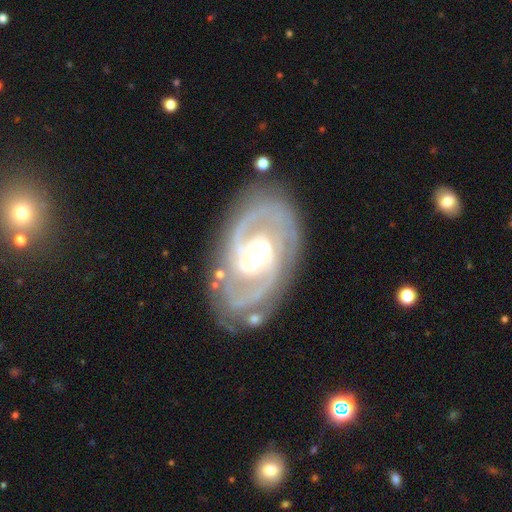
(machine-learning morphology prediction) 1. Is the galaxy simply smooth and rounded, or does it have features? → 91% featured or disk, 5% star or artifact, 4% smooth.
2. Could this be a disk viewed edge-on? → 97% no, 3% yes.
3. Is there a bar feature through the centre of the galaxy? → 45% weak, 28% strong, 27% no.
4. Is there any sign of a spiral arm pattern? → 98% yes, 2% no.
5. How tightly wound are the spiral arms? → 47% medium, 44% tight, 9% loose.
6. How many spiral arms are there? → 69% 2, 15% 3, 7% can't tell, 4% 4, 3% 1, 3% more than 4.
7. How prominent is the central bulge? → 53% small, 41% moderate, 4% large, 1% none, 1% dominant.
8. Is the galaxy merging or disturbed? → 76% none, 15% minor disturbance, 6% major disturbance, 3% merger.